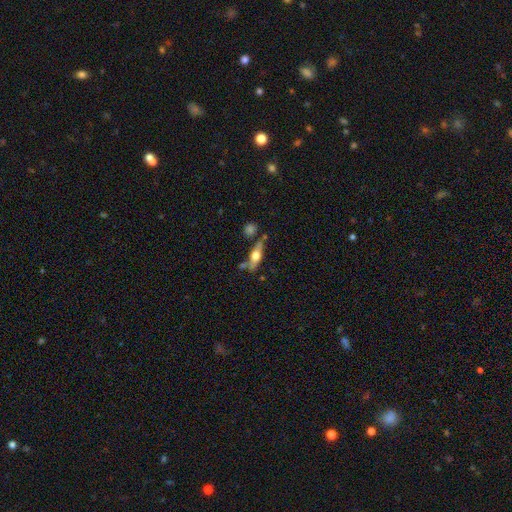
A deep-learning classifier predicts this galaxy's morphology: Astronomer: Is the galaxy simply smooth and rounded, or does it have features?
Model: featured or disk — 51% (runner-up: smooth, 43%).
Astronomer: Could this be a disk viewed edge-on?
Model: yes — 86%.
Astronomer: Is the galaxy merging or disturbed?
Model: none — 68%.